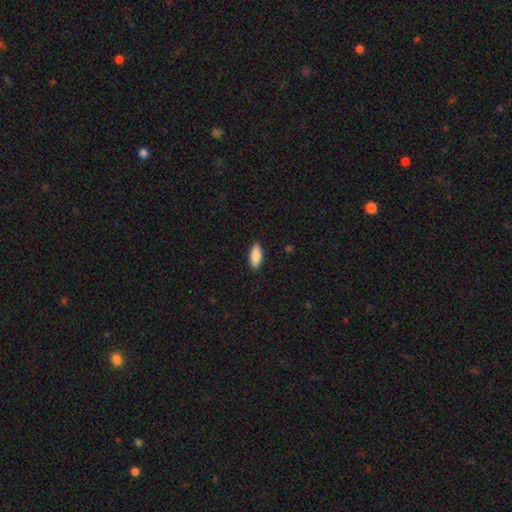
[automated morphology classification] Smooth or featured? Predicted: smooth (p=0.88). How rounded? Predicted: in between (p=0.81). Merging? Predicted: none (p=0.89).